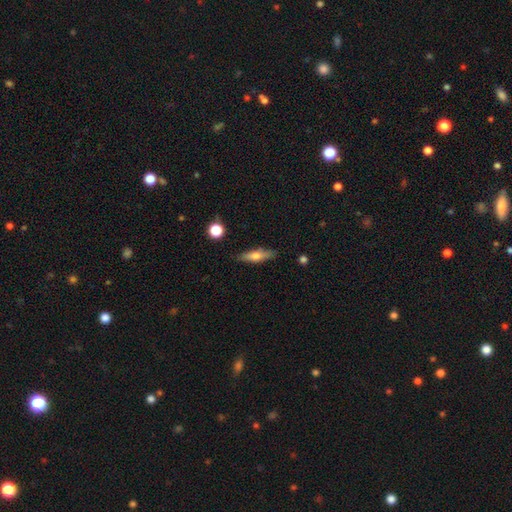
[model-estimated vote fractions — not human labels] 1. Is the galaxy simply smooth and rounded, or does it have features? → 58% smooth, 35% featured or disk, 7% star or artifact.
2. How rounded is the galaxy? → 64% cigar-shaped, 33% in between, 3% round.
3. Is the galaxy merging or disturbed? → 85% none, 11% minor disturbance, 2% major disturbance, 2% merger.